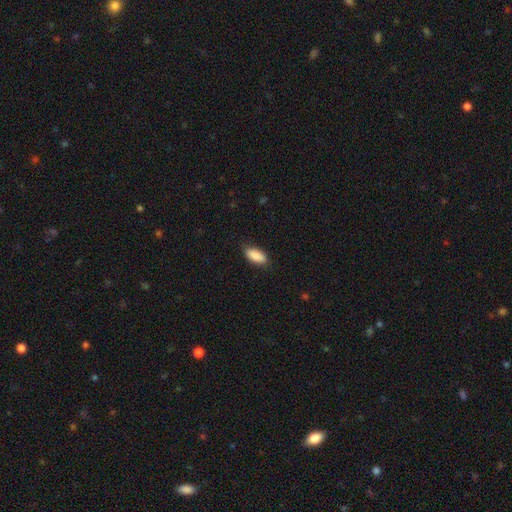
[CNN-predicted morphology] The model was most divided on "merging": none: 83%, minor disturbance: 13%, major disturbance: 3%, merger: 1%. More confident: smooth or featured — smooth (89%); how rounded — in between (87%).